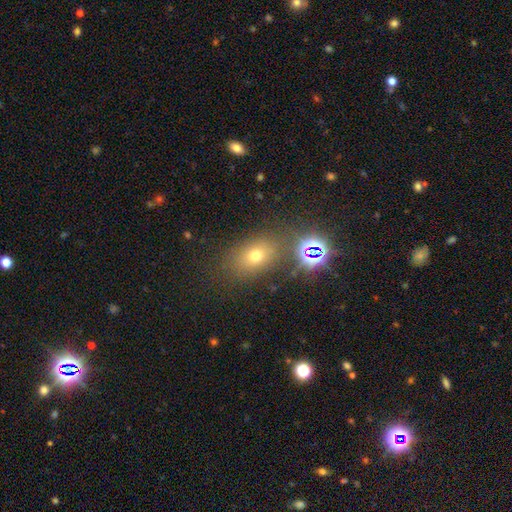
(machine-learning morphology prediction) smooth 61%, star or artifact 25%, featured or disk 14%. Down the decision tree: how rounded — in between (67%); merging — none (74%).